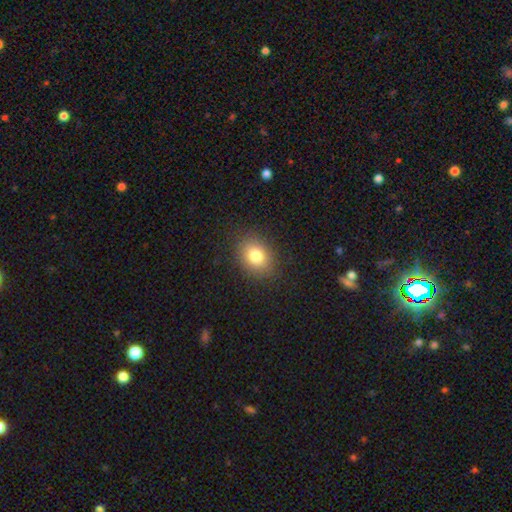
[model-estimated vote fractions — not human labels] Smooth or featured: smooth — 81% (star or artifact — 10%)
How rounded: in between — 64% (round — 35%)
Merging: none — 86% (minor disturbance — 9%)